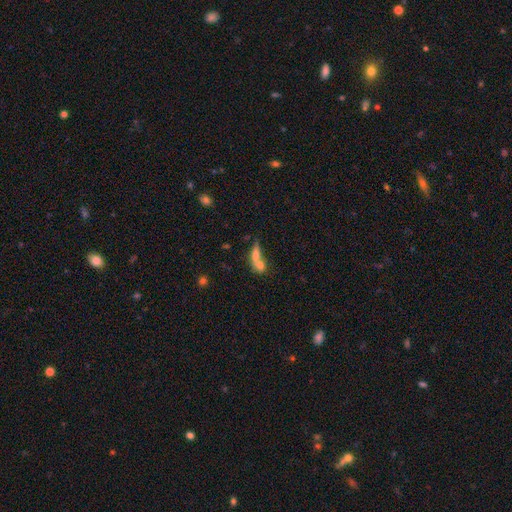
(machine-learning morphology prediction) This is likely a smooth galaxy (61%). How rounded: possibly in between (50%). Merging: likely merger (62%).